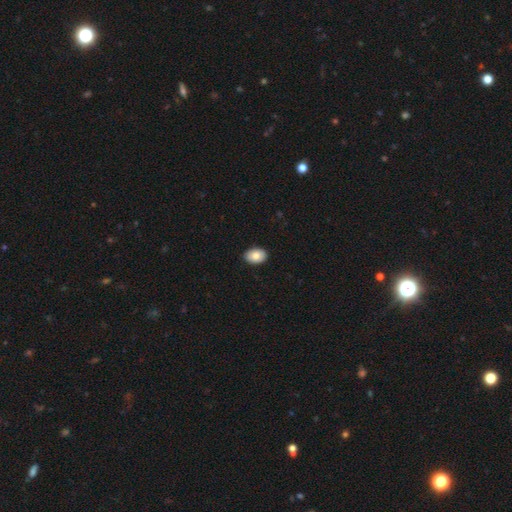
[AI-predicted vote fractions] Smooth or featured? smooth (81%)
How rounded? in between (81%)
Merging? none (90%)